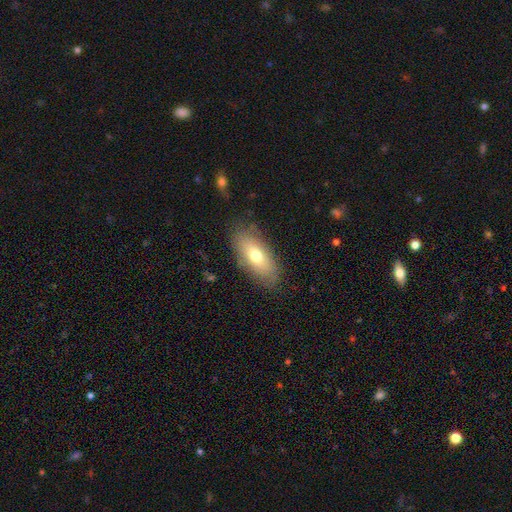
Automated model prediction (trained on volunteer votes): Morphology: type=smooth (68%); roundness=in between (83%); merging=none (81%).